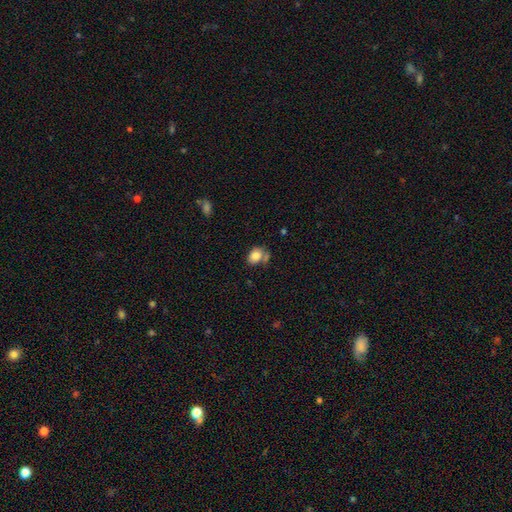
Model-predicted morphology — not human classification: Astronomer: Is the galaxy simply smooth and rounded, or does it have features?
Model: smooth — 83%.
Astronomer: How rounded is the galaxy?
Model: in between — 74%.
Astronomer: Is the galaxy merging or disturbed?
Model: none — 48%.